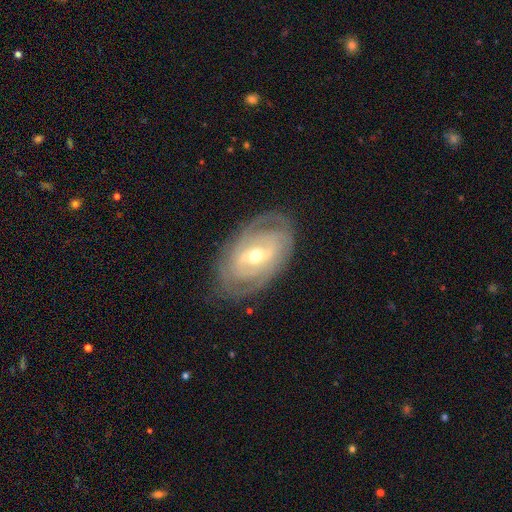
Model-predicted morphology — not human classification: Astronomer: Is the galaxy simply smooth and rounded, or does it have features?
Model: featured or disk — 83%.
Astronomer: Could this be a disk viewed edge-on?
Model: no — 94%.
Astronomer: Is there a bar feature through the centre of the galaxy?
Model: weak — 43% (runner-up: strong, 30%).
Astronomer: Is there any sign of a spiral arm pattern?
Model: yes — 87%.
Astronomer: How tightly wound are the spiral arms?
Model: tight — 69%.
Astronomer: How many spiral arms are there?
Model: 2 — 39% (runner-up: can't tell, 35%).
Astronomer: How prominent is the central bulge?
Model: moderate — 62%.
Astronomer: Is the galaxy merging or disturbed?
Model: none — 78%.